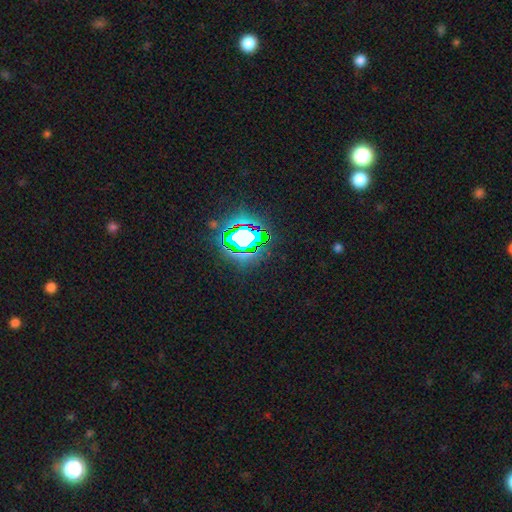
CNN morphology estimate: Smooth or featured: star or artifact — 82% (smooth — 11%)